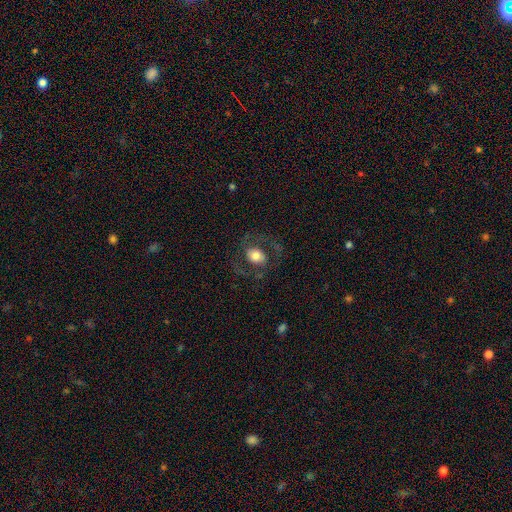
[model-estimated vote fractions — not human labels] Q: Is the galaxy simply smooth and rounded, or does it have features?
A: featured or disk — 48%.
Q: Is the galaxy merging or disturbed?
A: none — 71%.